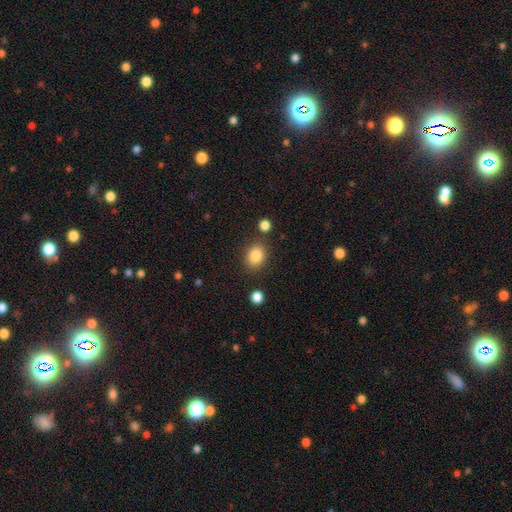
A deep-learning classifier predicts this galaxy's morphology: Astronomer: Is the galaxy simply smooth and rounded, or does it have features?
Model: smooth — 85%.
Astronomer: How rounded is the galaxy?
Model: round — 54% (runner-up: in between, 45%).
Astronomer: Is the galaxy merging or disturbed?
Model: none — 82%.